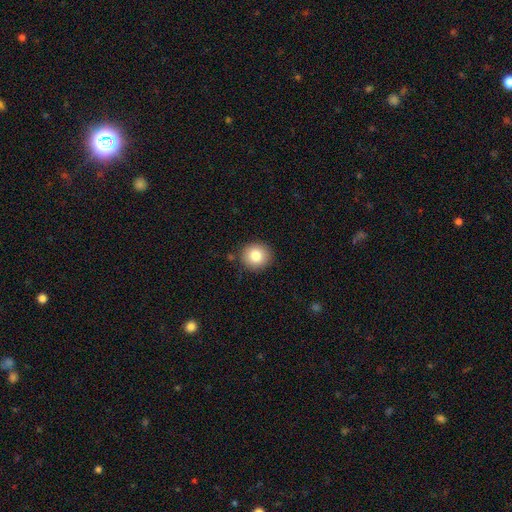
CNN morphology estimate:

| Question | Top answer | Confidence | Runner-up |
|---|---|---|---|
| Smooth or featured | smooth | 82% | star or artifact (9%) |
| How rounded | round | 90% | in between (9%) |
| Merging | none | 89% | minor disturbance (8%) |